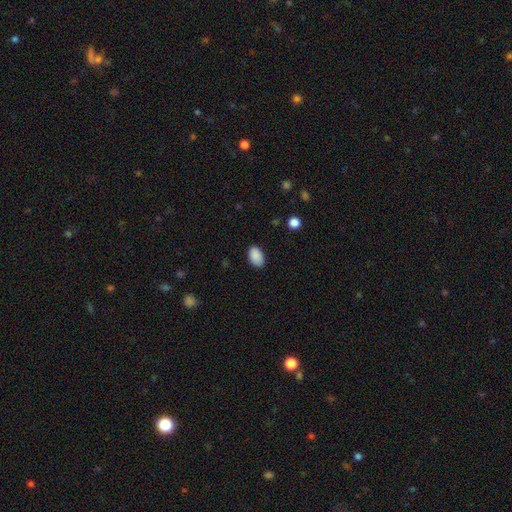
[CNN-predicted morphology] type=smooth (89%); roundness=in between (90%); merging=none (85%).